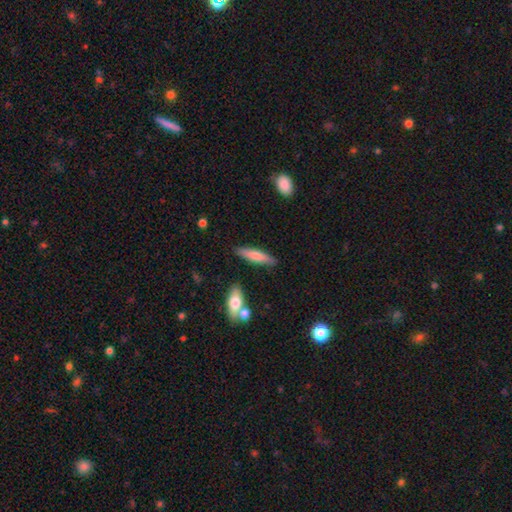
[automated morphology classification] Smooth or featured? smooth (70%)
How rounded? cigar-shaped (78%)
Merging? none (84%)